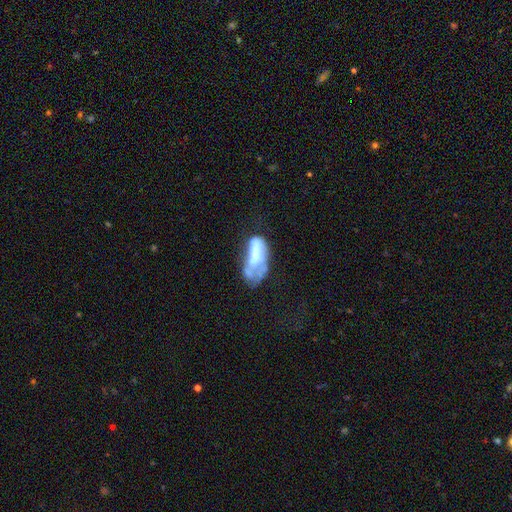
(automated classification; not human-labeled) Smooth or featured: featured or disk — 52% (smooth — 38%)
Edge-on disk: no — 95% (yes — 5%)
Merging: major disturbance — 35% (merger — 22%)